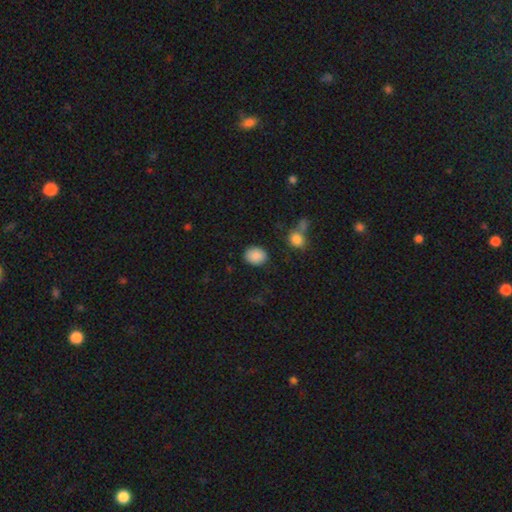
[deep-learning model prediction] Smooth or featured? smooth (88%)
How rounded? in between (57%)
Merging? none (83%)